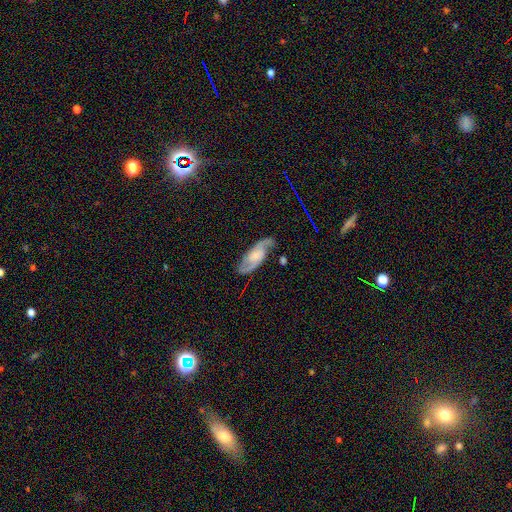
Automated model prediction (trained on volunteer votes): Overall: featured or disk (81%). Edge-on disk: no (93%). Bar: no (57%; weak 33%). Spiral arms: yes (96%). Spiral arm count: 2 (90%). Spiral winding: medium (51%; tight 28%). Bulge size: small (47%; moderate 31%). Merging: none (76%).